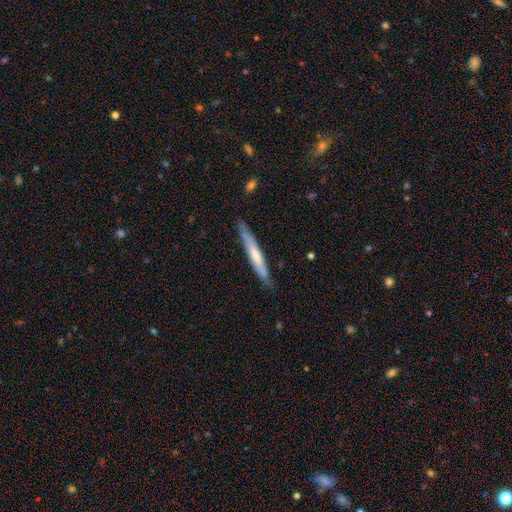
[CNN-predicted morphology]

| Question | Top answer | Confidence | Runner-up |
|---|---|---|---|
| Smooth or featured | smooth | 50% | featured or disk (45%) |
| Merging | none | 80% | minor disturbance (16%) |